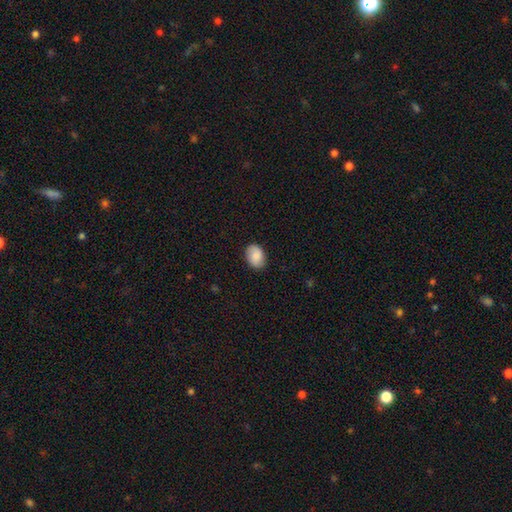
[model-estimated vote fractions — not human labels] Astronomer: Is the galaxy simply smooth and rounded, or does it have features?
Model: smooth — 83%.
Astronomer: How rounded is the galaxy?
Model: in between — 73%.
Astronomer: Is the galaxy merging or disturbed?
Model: none — 85%.